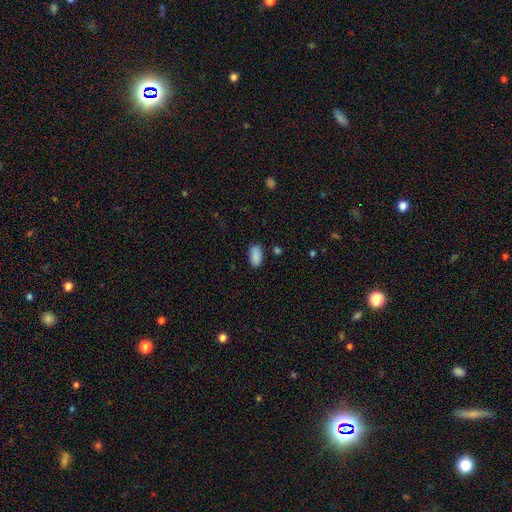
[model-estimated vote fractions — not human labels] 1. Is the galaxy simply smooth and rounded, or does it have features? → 88% smooth, 8% star or artifact, 4% featured or disk.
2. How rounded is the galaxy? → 93% in between, 3% cigar-shaped, 3% round.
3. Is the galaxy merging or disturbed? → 80% none, 14% minor disturbance, 3% major disturbance, 3% merger.